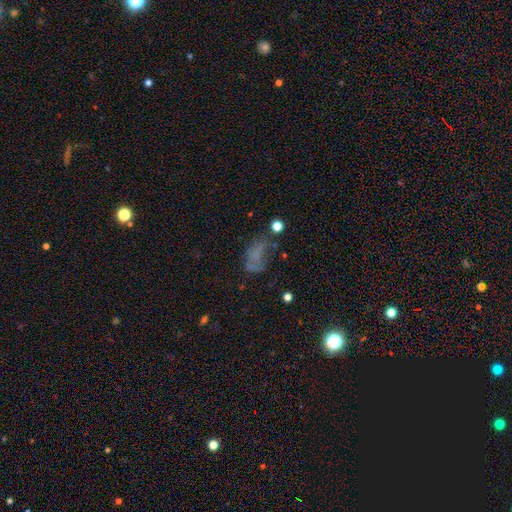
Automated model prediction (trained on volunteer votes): A smooth galaxy with no disk features (44%).

Vote fractions:
- Smooth or featured? smooth: 44% / featured or disk: 32% / star or artifact: 24%
- Merging? major disturbance: 38% / none: 33% / minor disturbance: 23% / merger: 7%